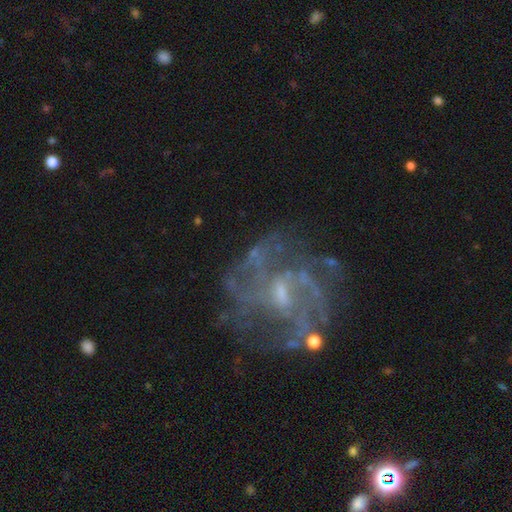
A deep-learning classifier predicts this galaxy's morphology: A featured or disk galaxy (83%) with a weak bar (54%), medium (45%) spiral arms (85%) and a small central bulge (50%). Merging: none (59%).